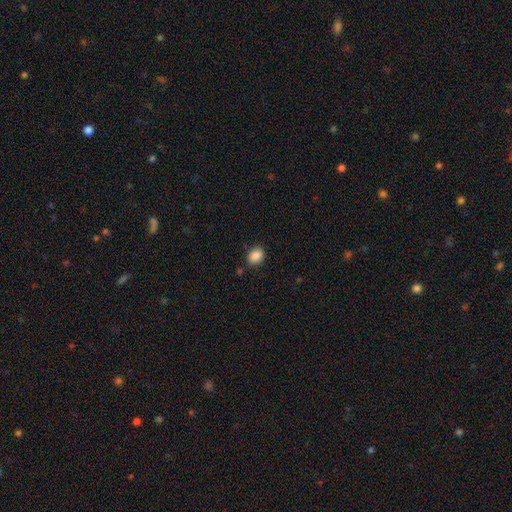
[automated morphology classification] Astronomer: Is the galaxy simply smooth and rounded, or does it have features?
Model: smooth — 88%.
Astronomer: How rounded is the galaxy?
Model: in between — 53% (runner-up: round, 46%).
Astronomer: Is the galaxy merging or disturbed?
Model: none — 84%.